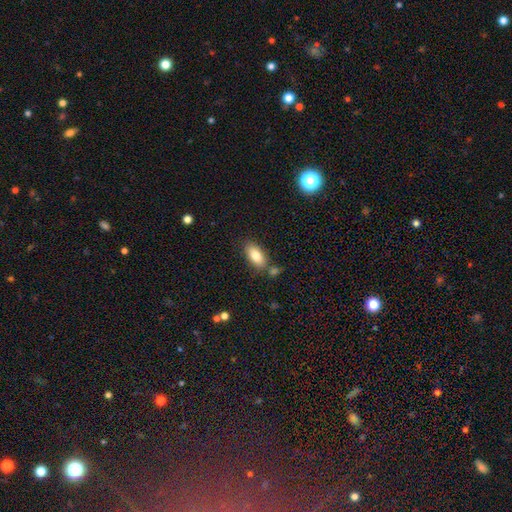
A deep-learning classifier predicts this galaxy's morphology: smooth_or_featured: smooth (p=0.82) [alt: featured or disk p=0.10]
how_rounded: in between (p=0.89) [alt: cigar-shaped p=0.07]
merging: none (p=0.72) [alt: minor disturbance p=0.13]